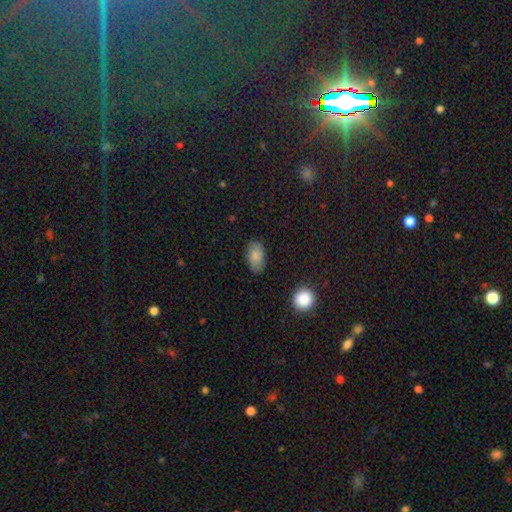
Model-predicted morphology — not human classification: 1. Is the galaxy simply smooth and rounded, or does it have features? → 83% smooth, 9% featured or disk, 8% star or artifact.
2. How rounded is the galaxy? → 91% in between, 7% round, 2% cigar-shaped.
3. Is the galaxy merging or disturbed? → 76% none, 18% minor disturbance, 4% major disturbance, 2% merger.